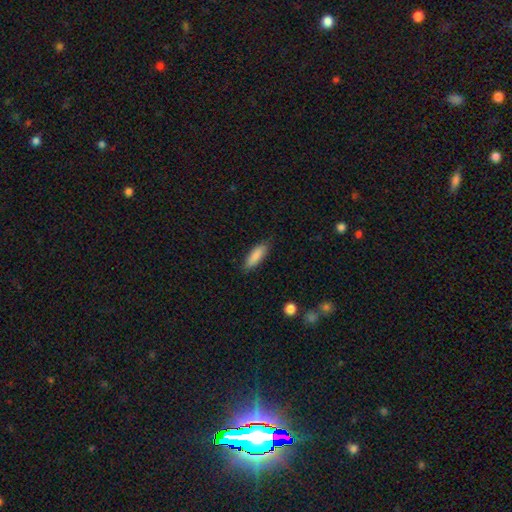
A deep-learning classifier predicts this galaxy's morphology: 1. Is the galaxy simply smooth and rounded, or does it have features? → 86% smooth, 8% featured or disk, 6% star or artifact.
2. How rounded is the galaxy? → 52% in between, 46% cigar-shaped, 2% round.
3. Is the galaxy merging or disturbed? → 84% none, 12% minor disturbance, 2% major disturbance, 1% merger.